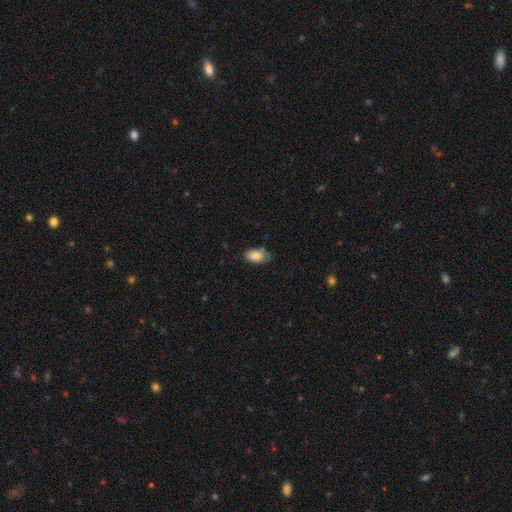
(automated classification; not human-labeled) Q: Smooth or featured?
A: smooth (83%); runner-up: featured or disk (10%)
Q: How rounded?
A: in between (93%); runner-up: round (4%)
Q: Merging?
A: none (65%); runner-up: minor disturbance (28%)